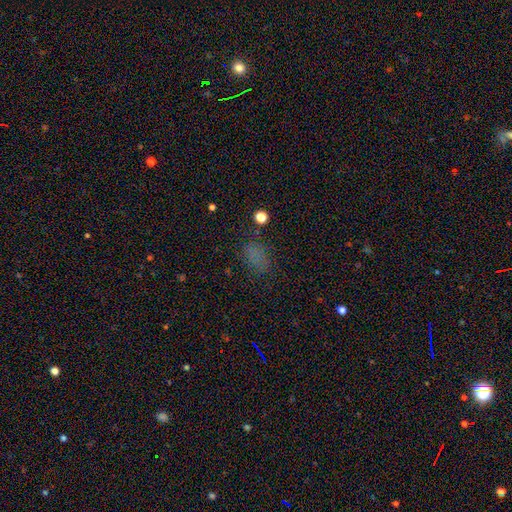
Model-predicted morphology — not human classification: Smooth or featured?
  - smooth: 68% *
  - star or artifact: 24%
  - featured or disk: 8%
How rounded?
  - in between: 76% *
  - round: 22%
  - cigar-shaped: 2%
Merging?
  - none: 70% *
  - minor disturbance: 18%
  - major disturbance: 9%
  - merger: 3%